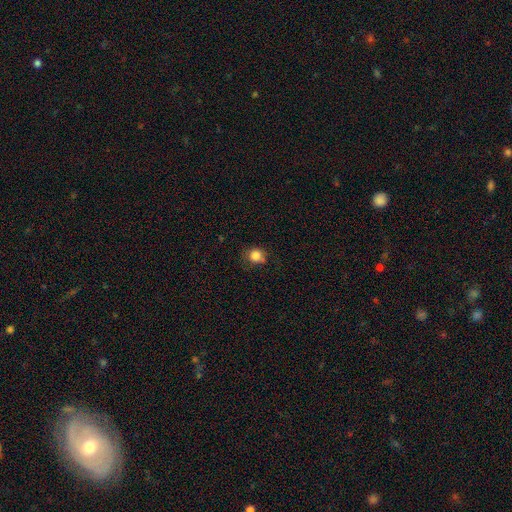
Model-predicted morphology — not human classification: Smooth or featured?
  - smooth: 84% *
  - star or artifact: 11%
  - featured or disk: 6%
How rounded?
  - round: 84% *
  - in between: 16%
  - cigar-shaped: 1%
Merging?
  - none: 69% *
  - minor disturbance: 22%
  - major disturbance: 6%
  - merger: 2%